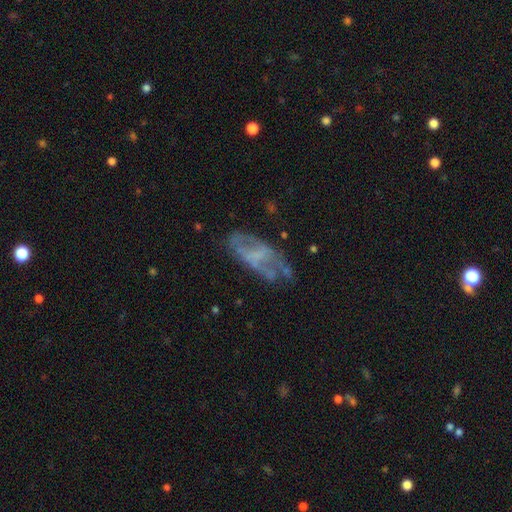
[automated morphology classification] Smooth or featured: featured or disk — 62% (smooth — 27%)
Edge-on disk: no — 90% (yes — 10%)
Bar: no — 64% (weak — 26%)
Spiral arms: no — 61% (yes — 39%)
Bulge size: none — 63% (small — 22%)
Merging: none — 52% (minor disturbance — 24%)